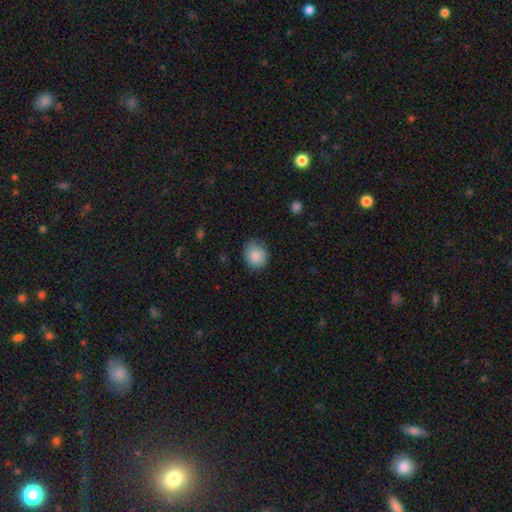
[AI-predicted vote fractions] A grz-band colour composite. It shows a smooth galaxy with no disk features (86%) that is round (72%). Merging: none (72%).